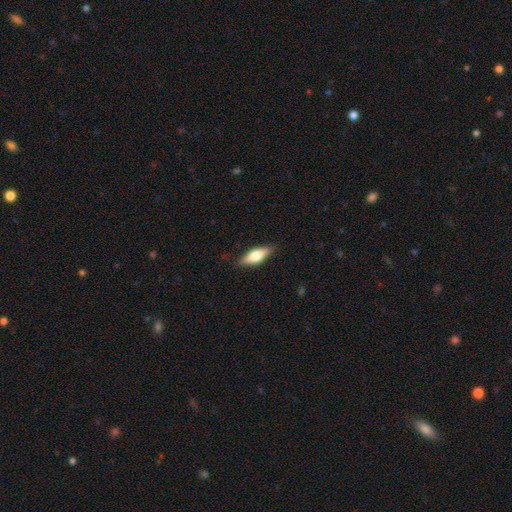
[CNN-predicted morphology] Smooth or featured: smooth — 60% (featured or disk — 34%)
How rounded: in between — 65% (cigar-shaped — 32%)
Merging: none — 86% (minor disturbance — 11%)